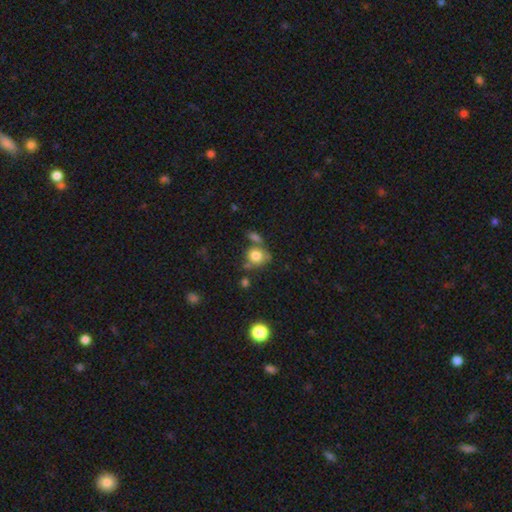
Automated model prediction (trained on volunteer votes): Smooth or featured?
  - smooth: 77% *
  - featured or disk: 12%
  - star or artifact: 11%
How rounded?
  - round: 73% *
  - in between: 26%
  - cigar-shaped: 1%
Merging?
  - none: 53% *
  - merger: 24%
  - minor disturbance: 17%
  - major disturbance: 7%